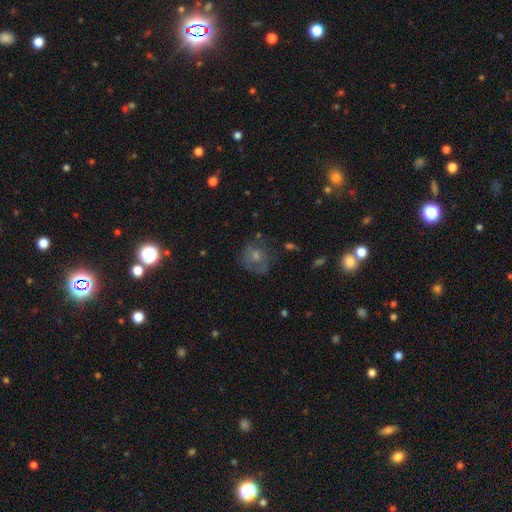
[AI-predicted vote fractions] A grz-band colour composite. It shows a smooth galaxy with no disk features (41%). Merging: none (70%).